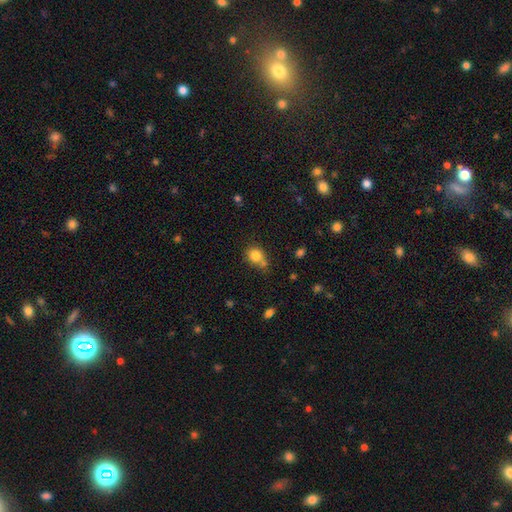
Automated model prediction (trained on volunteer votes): Smooth or featured? Predicted: smooth (p=0.81). How rounded? Predicted: round (p=0.67). Merging? Predicted: none (p=0.53).